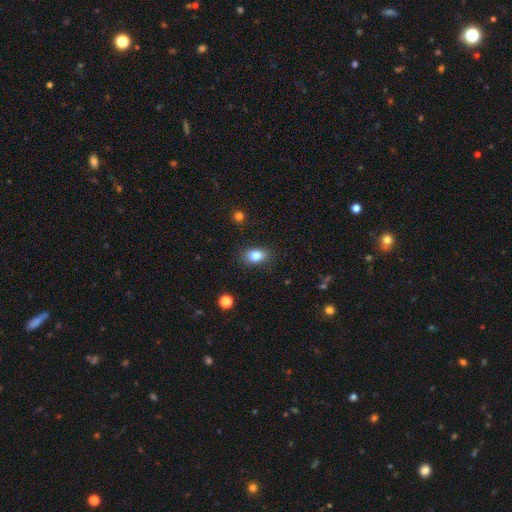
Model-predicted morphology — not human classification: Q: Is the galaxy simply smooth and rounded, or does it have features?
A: smooth — 82%.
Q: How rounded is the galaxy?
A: in between — 79%.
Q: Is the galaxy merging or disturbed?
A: none — 85%.